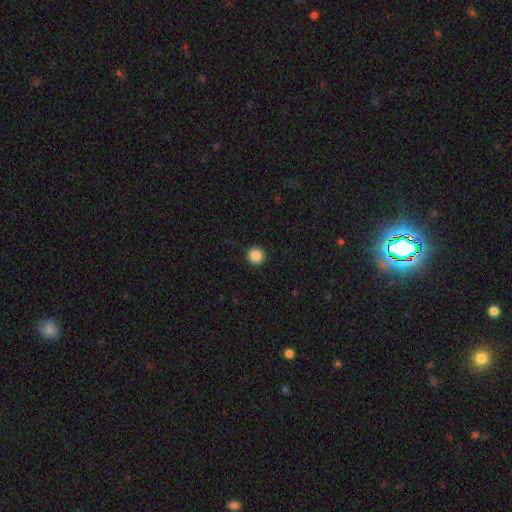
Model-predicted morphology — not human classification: Smooth or featured? smooth (87%)
How rounded? round (95%)
Merging? none (92%)